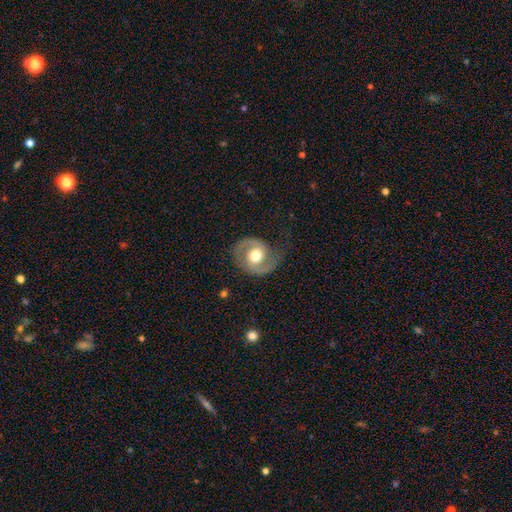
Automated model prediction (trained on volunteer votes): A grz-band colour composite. It shows a featured or disk galaxy (84%) with no bar (59%), 2 (86%) medium (53%) spiral arms (94%) and a moderate central bulge (67%). Merging: none (71%).